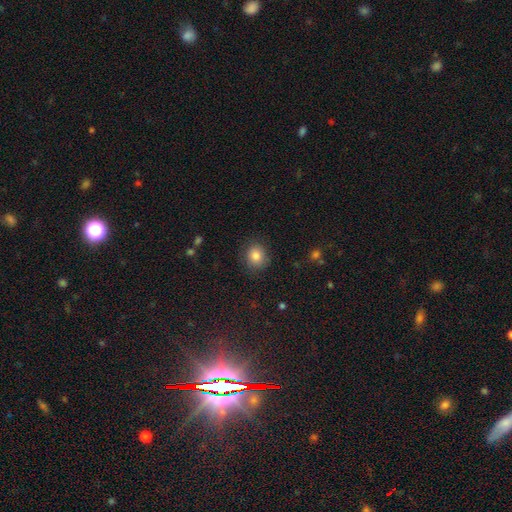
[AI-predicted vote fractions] A smooth galaxy with no disk features (84%) that is round (77%). Merging: none (85%).